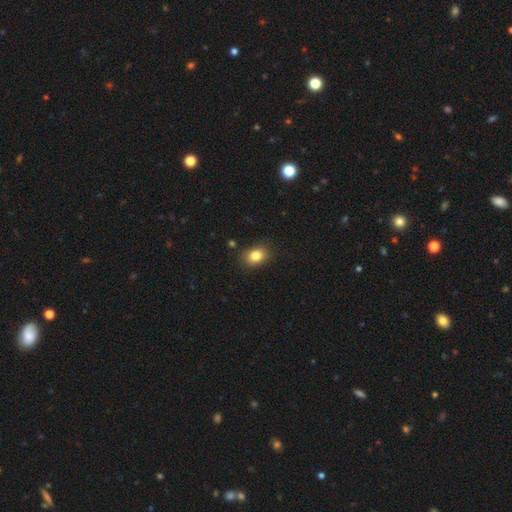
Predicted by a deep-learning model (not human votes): Overall: smooth (82%). How rounded: in between (63%; round 36%). Merging: none (86%).